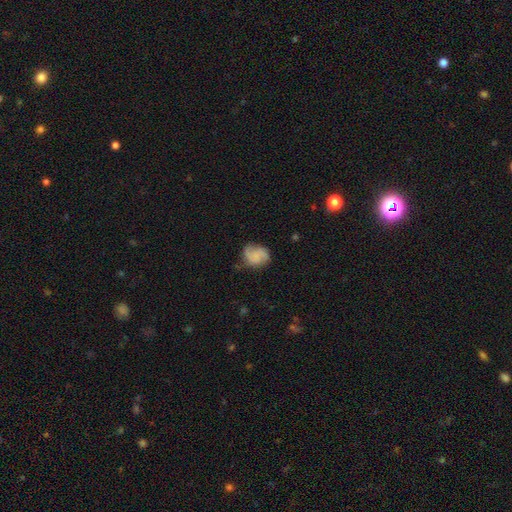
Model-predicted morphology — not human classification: Overall: smooth (49%; featured or disk 42%). Merging: none (60%; minor disturbance 27%).